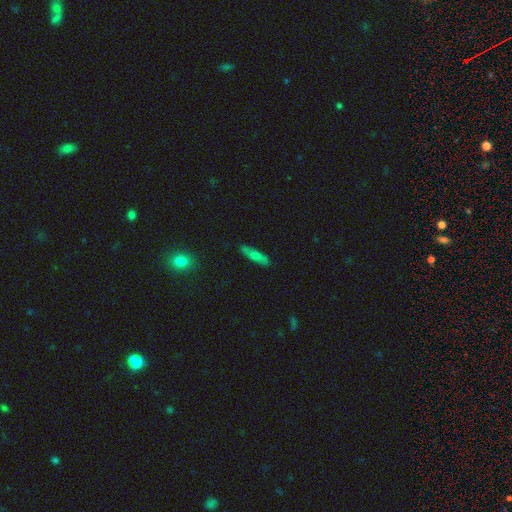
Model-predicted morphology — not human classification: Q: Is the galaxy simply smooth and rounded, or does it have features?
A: smooth — 65%.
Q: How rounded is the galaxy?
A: cigar-shaped — 68%.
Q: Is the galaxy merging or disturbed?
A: none — 85%.